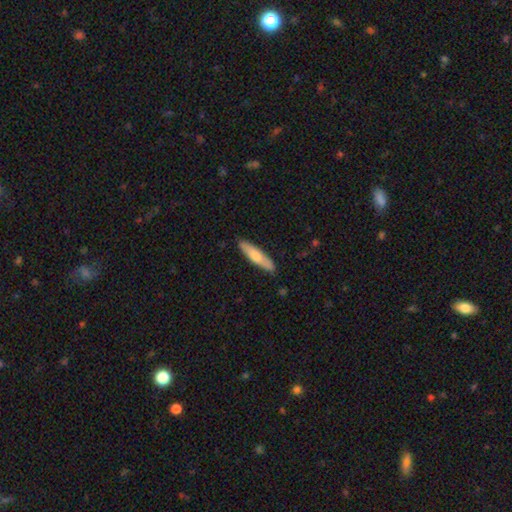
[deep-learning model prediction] This appears to be a smooth galaxy with no disk features (63%) that is cigar-shaped (78%). Merging: none (87%).